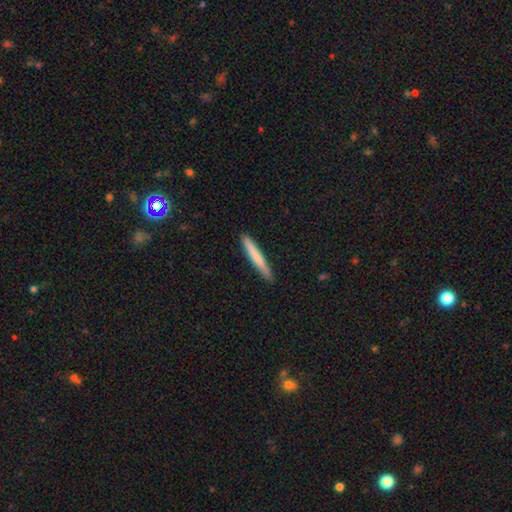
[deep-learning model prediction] A smooth galaxy with no disk features (71%) that is cigar-shaped (96%).

Vote fractions:
- Smooth or featured? smooth: 71% / featured or disk: 24% / star or artifact: 5%
- How rounded? cigar-shaped: 96% / in between: 3% / round: 1%
- Merging? none: 91% / minor disturbance: 7% / major disturbance: 1% / merger: 1%